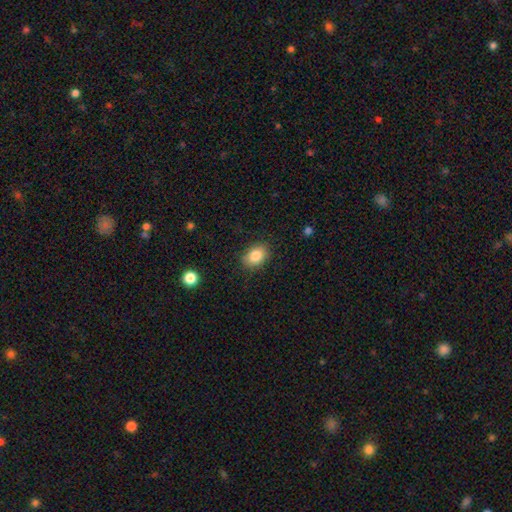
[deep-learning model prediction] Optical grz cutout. It shows a smooth galaxy with no disk features (84%) that is in between round and cigar-shaped (75%). Merging: none (85%).